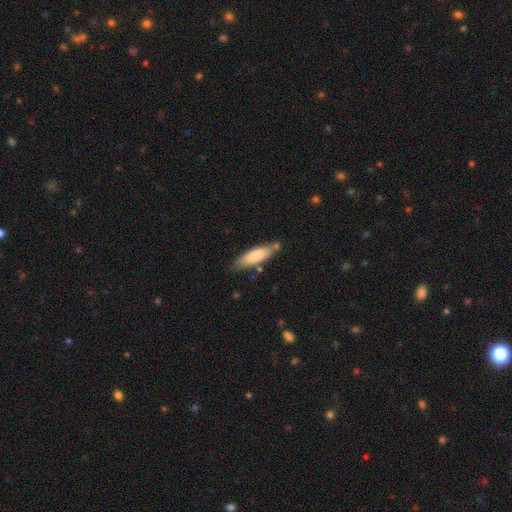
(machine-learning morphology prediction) The model was most divided on "how rounded": cigar-shaped: 51%, in between: 48%, round: 1%. More confident: smooth or featured — smooth (80%); merging — none (71%).